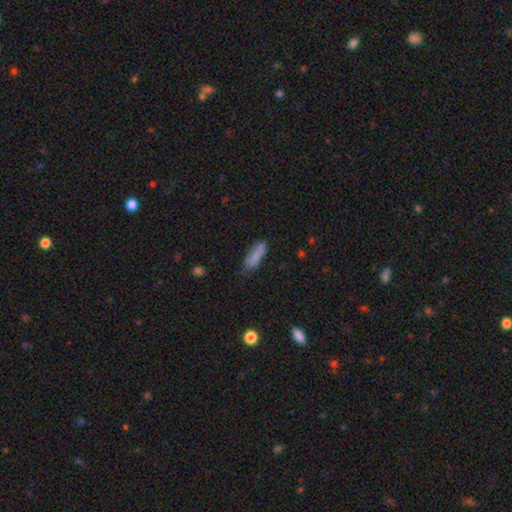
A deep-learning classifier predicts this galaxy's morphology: Smooth or featured: smooth — 82% (featured or disk — 10%)
How rounded: cigar-shaped — 51% (in between — 47%)
Merging: none — 65% (minor disturbance — 25%)